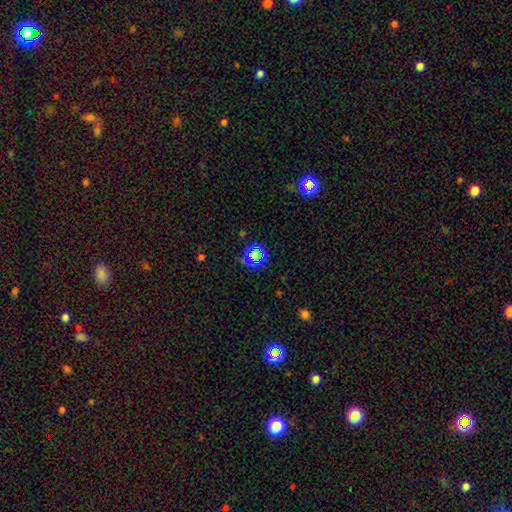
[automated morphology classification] Smooth or featured? star or artifact (60%)